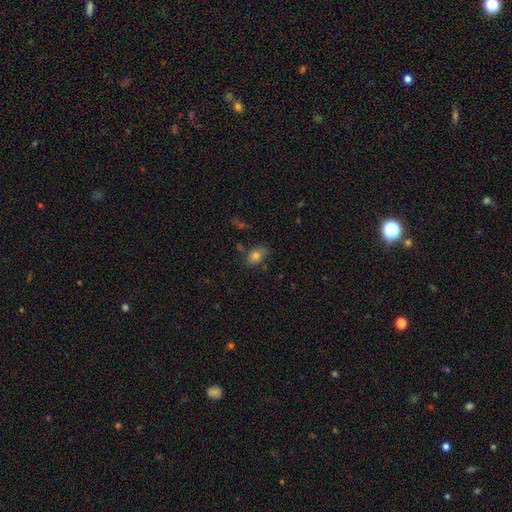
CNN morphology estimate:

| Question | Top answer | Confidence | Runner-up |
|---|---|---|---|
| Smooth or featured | smooth | 79% | featured or disk (11%) |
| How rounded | in between | 81% | round (18%) |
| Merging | none | 74% | minor disturbance (18%) |